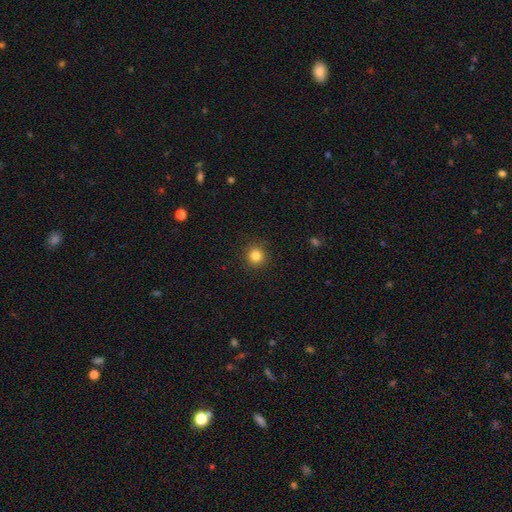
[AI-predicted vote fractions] The model was most divided on "smooth or featured": smooth: 83%, star or artifact: 12%, featured or disk: 5%. More confident: how rounded — round (94%); merging — none (91%).